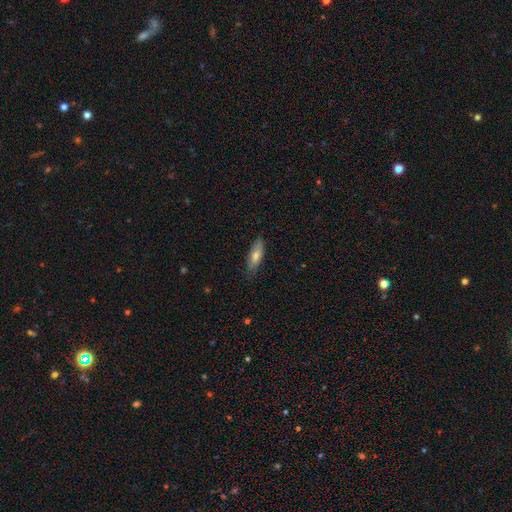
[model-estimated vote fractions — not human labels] Morphology: type=smooth (68%); roundness=in between (52%); merging=none (81%).